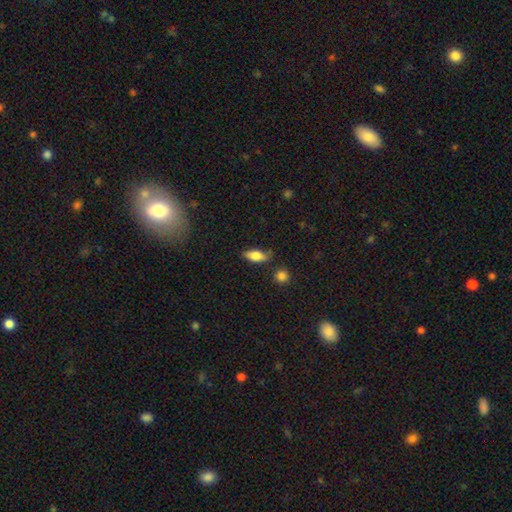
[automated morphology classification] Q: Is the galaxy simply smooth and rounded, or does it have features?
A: smooth — 76%.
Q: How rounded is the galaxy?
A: in between — 80%.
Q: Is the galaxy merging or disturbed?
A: none — 70%.